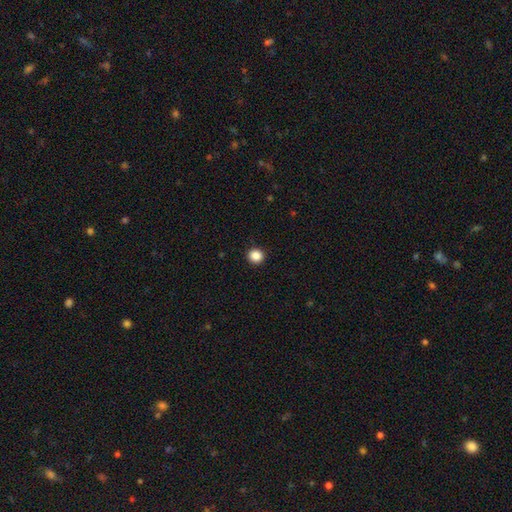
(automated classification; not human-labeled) The model was most divided on "smooth or featured": smooth: 87%, star or artifact: 10%, featured or disk: 3%. More confident: merging — none (93%); how rounded — round (92%).